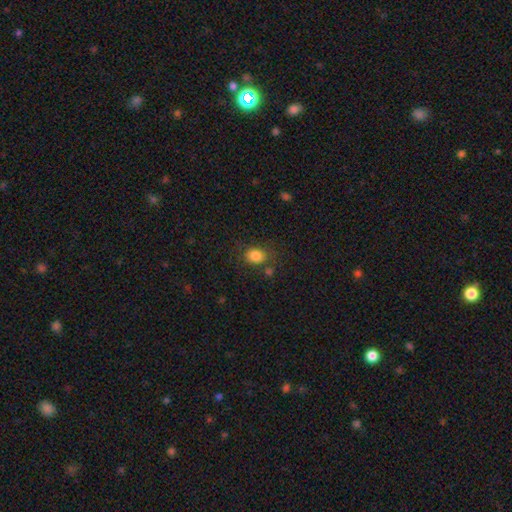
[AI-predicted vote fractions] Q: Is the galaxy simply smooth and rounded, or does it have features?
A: smooth — 84%.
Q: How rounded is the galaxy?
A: round — 54%.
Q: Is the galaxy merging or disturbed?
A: none — 74%.